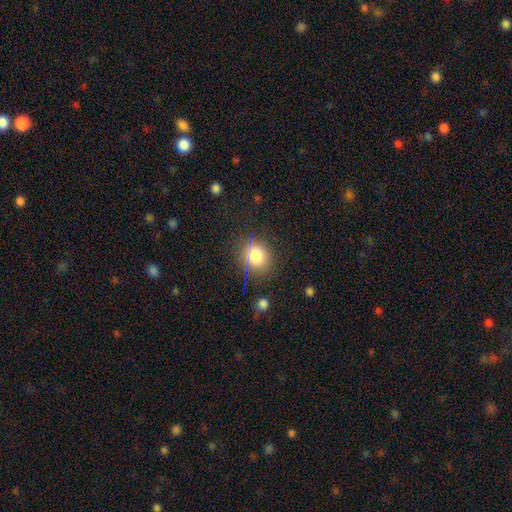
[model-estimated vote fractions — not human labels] Smooth or featured: smooth — 78% (star or artifact — 15%)
How rounded: round — 76% (in between — 23%)
Merging: none — 82% (minor disturbance — 12%)